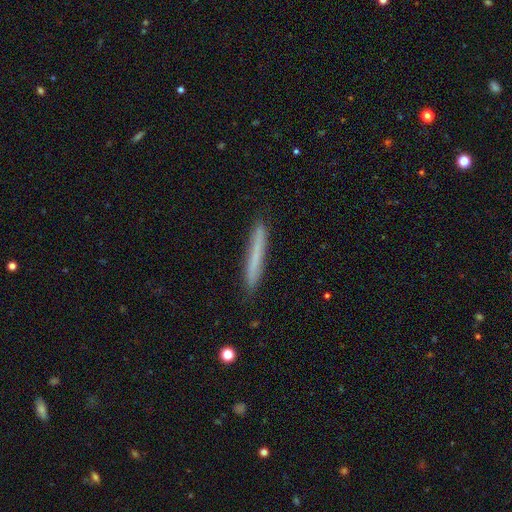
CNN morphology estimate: A smooth galaxy with no disk features (67%) that is cigar-shaped (97%). Merging: none (88%).